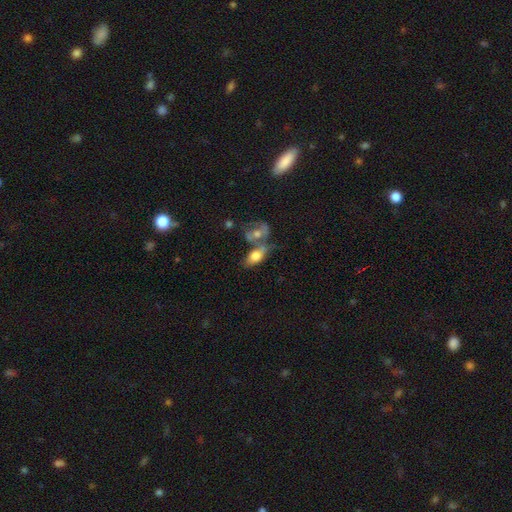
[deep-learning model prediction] Q: Smooth or featured?
A: smooth (64%); runner-up: featured or disk (27%)
Q: How rounded?
A: in between (85%); runner-up: round (9%)
Q: Merging?
A: merger (51%); runner-up: none (27%)